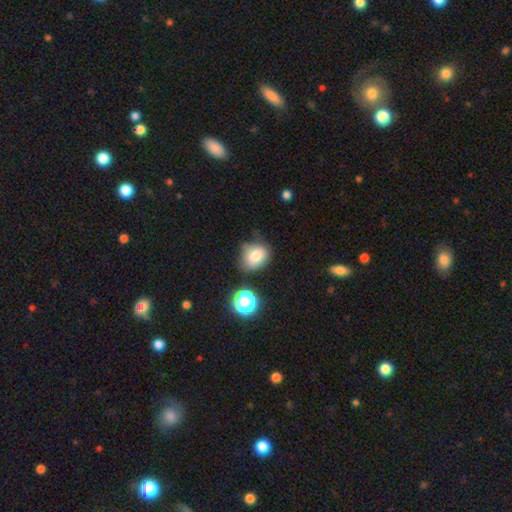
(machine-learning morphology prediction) A smooth galaxy with no disk features (79%) that is round (55%).

Vote fractions:
- Smooth or featured? smooth: 79% / star or artifact: 12% / featured or disk: 9%
- How rounded? round: 55% / in between: 44% / cigar-shaped: 1%
- Merging? none: 62% / minor disturbance: 25% / major disturbance: 7% / merger: 6%